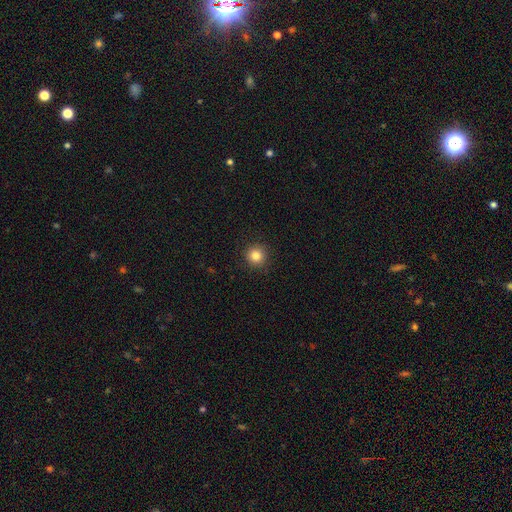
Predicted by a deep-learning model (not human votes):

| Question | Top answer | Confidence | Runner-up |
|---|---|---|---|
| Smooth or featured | smooth | 83% | star or artifact (11%) |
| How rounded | round | 95% | in between (4%) |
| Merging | none | 92% | minor disturbance (5%) |